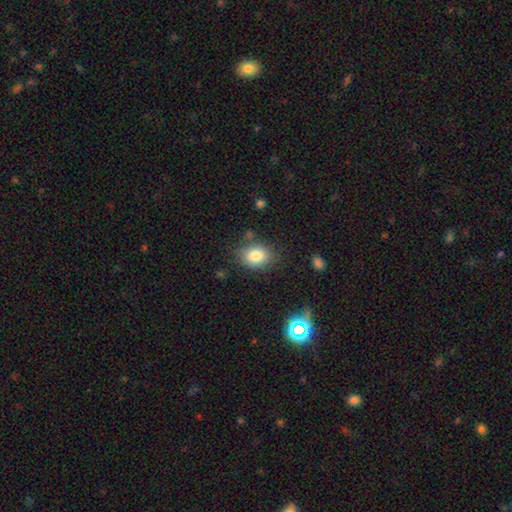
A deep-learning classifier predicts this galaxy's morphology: Overall: smooth (83%). How rounded: in between (61%; round 38%). Merging: none (75%).